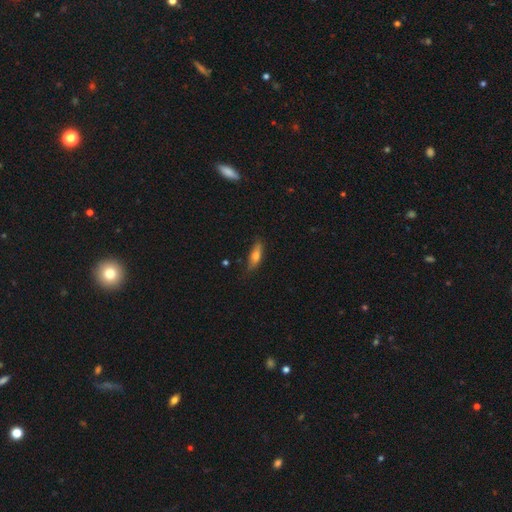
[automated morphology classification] Overall: smooth (70%). How rounded: in between (50%; cigar-shaped 47%). Merging: none (74%).